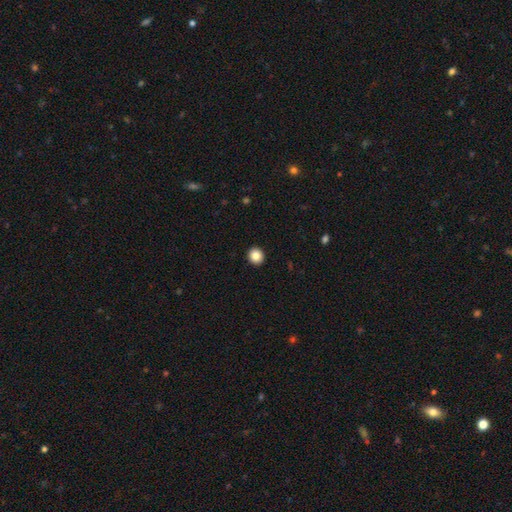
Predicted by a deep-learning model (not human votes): A smooth galaxy with no disk features (86%) that is round (89%). Merging: none (94%).